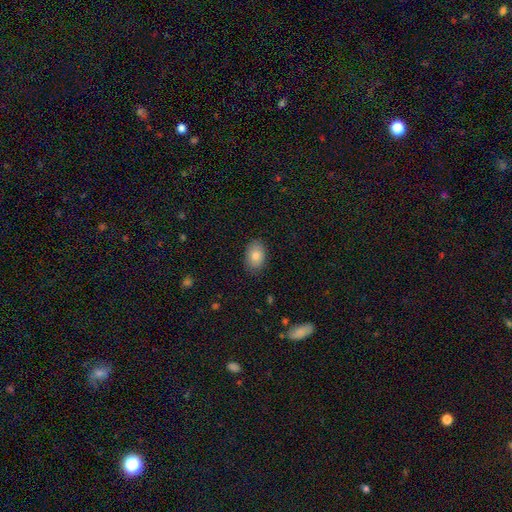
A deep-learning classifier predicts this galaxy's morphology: This is clearly a smooth galaxy (81%). How rounded: clearly in between (83%). Merging: clearly none (85%).